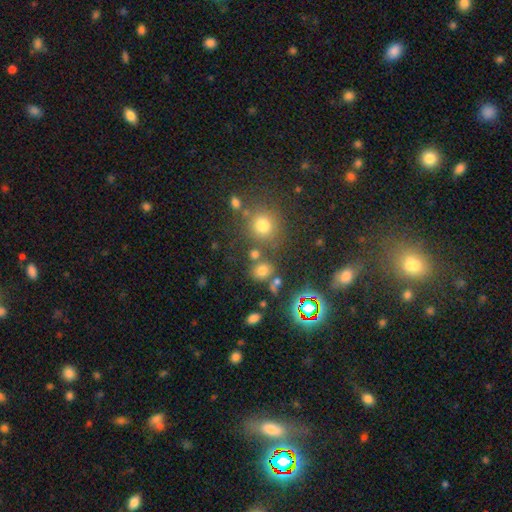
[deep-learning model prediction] Smooth or featured? smooth (60%)
How rounded? round (87%)
Merging? none (74%)